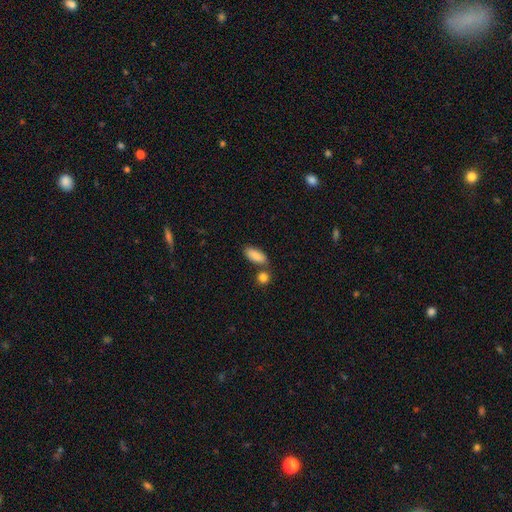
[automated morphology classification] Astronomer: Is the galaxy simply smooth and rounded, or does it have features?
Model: smooth — 86%.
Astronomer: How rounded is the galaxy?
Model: in between — 83%.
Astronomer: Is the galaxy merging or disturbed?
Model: none — 66%.